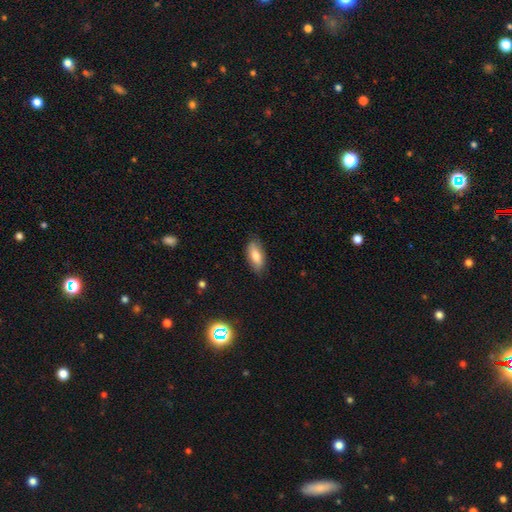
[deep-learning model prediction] A smooth galaxy with no disk features (79%) that is in between round and cigar-shaped (83%).

Vote fractions:
- Smooth or featured? smooth: 79% / featured or disk: 15% / star or artifact: 7%
- How rounded? in between: 83% / cigar-shaped: 15% / round: 3%
- Merging? none: 81% / minor disturbance: 15% / major disturbance: 3% / merger: 1%